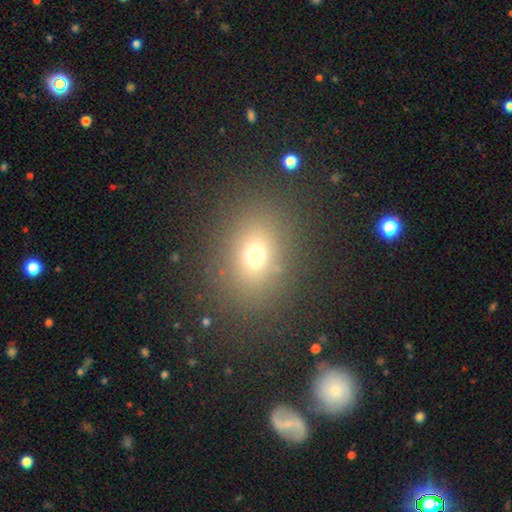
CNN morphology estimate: Smooth or featured? Predicted: smooth (p=0.69). How rounded? Predicted: round (p=0.53). Merging? Predicted: none (p=0.84).